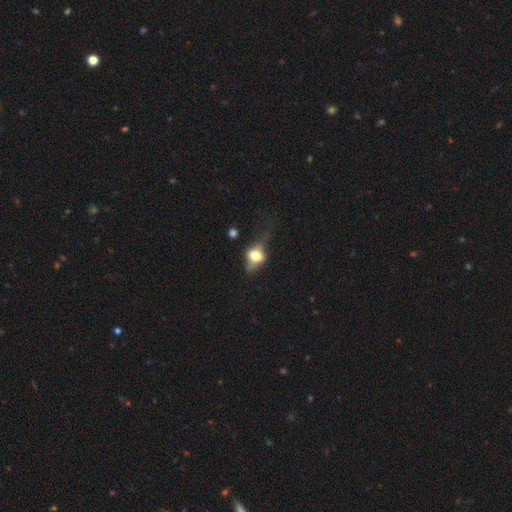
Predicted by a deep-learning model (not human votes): This is possibly a smooth galaxy (56%). How rounded: likely in between (67%). Merging: marginally none (38%).